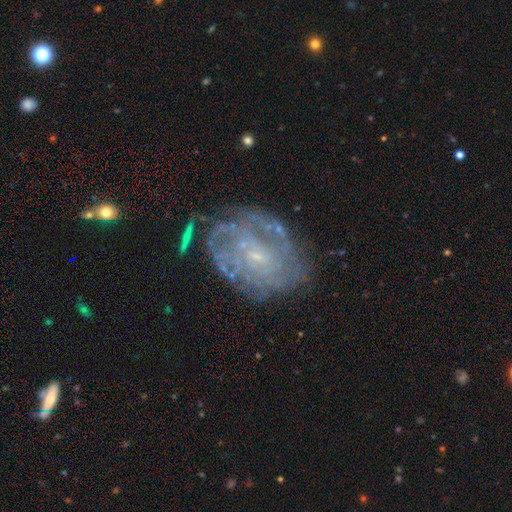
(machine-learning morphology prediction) The model was most divided on "spiral arm count": can't tell: 45%, 4: 15%, 3: 12%, 2: 11%, more than 4: 10%, 1: 6%. More confident: edge-on disk — no (97%); spiral arms — yes (88%); bulge size — small (81%); smooth or featured — featured or disk (80%); spiral winding — tight (68%); bar — no (65%); merging — none (65%).